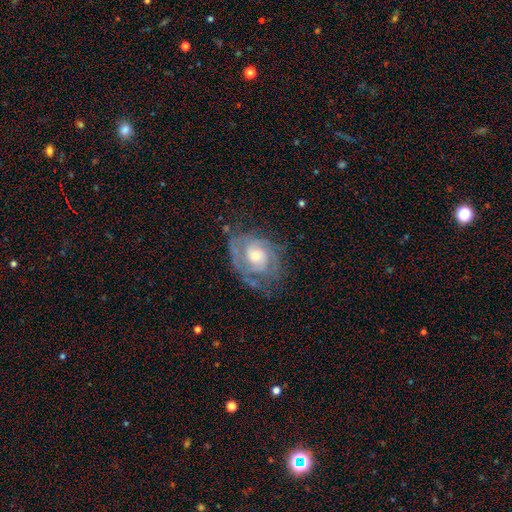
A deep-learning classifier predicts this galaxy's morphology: smooth-or-featured: featured or disk: 80% | smooth: 14% | star or artifact: 6%
  disk-edge-on: no: 97% | yes: 3%
    bar: no: 72% | weak: 24% | strong: 4%
    has-spiral-arms: yes: 89% | no: 11%
      spiral-winding: tight: 59% | medium: 32% | loose: 9%
      spiral-arm-count: 2: 39% | can't tell: 32% | 3: 13% | 1: 9% | 4: 4% | more than 4: 3%
    bulge-size: moderate: 60% | small: 23% | large: 14% | none: 3% | dominant: 1%
  merging: none: 60% | minor disturbance: 24% | major disturbance: 14% | merger: 2%